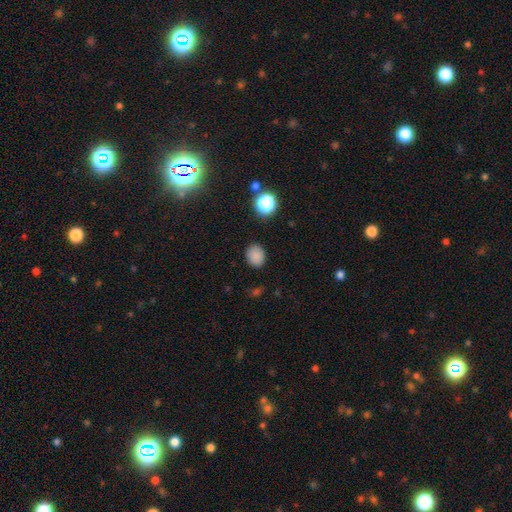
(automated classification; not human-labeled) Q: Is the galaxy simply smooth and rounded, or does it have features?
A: smooth — 83%.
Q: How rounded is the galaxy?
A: round — 50%.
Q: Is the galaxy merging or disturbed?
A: none — 85%.